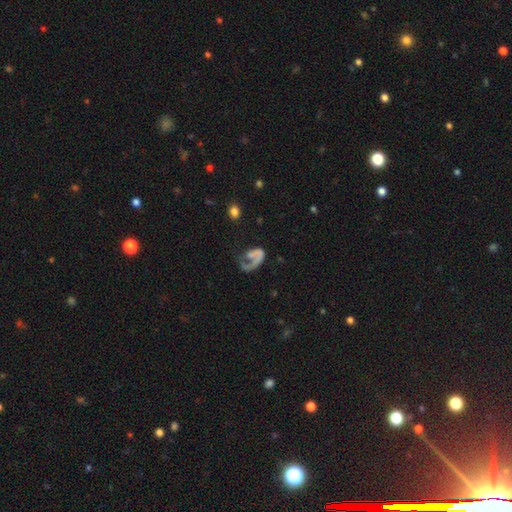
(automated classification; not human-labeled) Overall: featured or disk (65%; smooth 27%). Edge-on disk: no (98%). Bar: no (82%). Spiral arms: yes (67%; no 33%). Bulge size: none (61%; small 21%). Merging: major disturbance (51%; none 28%).